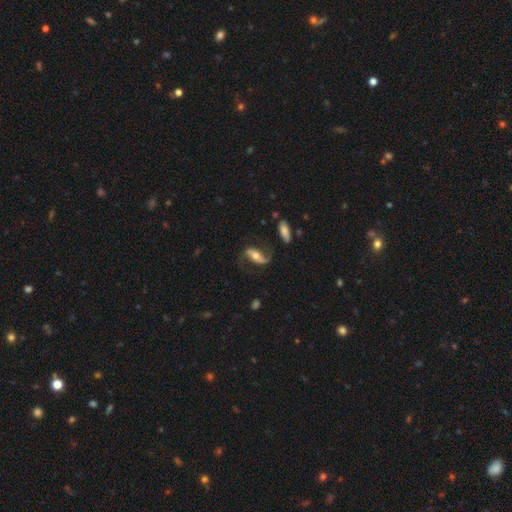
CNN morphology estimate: The model was most divided on "bar": strong: 40%, no: 32%, weak: 28%. More confident: spiral arms — yes (94%); edge-on disk — no (92%); spiral arm count — 2 (90%); smooth or featured — featured or disk (80%); merging — none (70%); spiral winding — loose (68%); bulge size — moderate (63%).